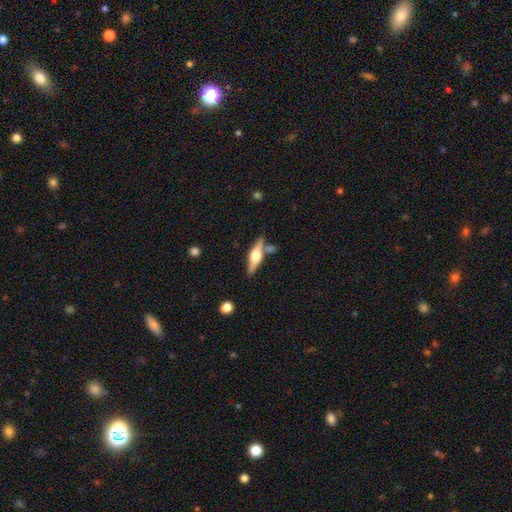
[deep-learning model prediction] A featured or disk galaxy (68%) viewed edge-on (96%) with a rounded central bulge (93%). Merging: none (76%).